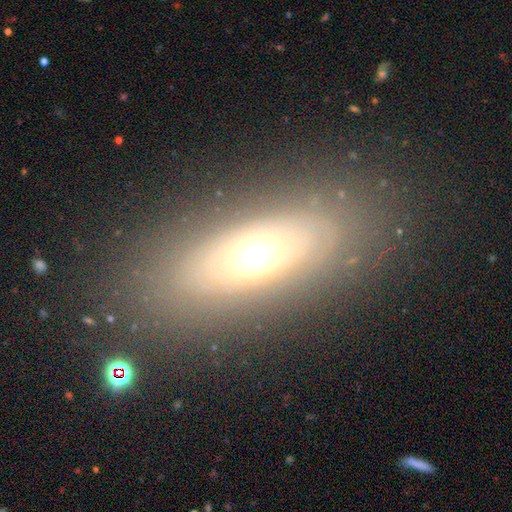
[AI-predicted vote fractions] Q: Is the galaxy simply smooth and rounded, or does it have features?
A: smooth — 45%.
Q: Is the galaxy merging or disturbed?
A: none — 82%.